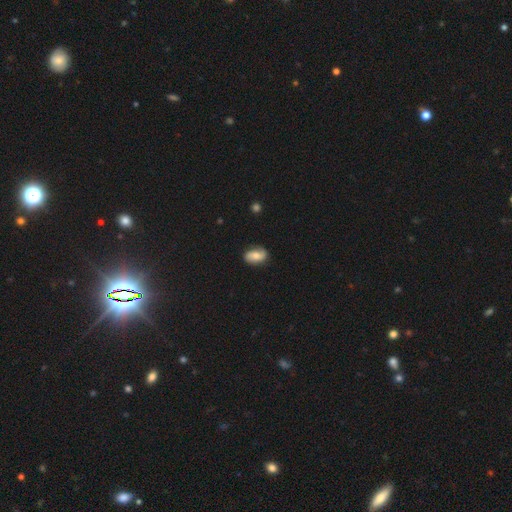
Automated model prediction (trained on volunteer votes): smooth 54%, featured or disk 38%, star or artifact 8%. Down the decision tree: how rounded — in between (86%); merging — none (81%).